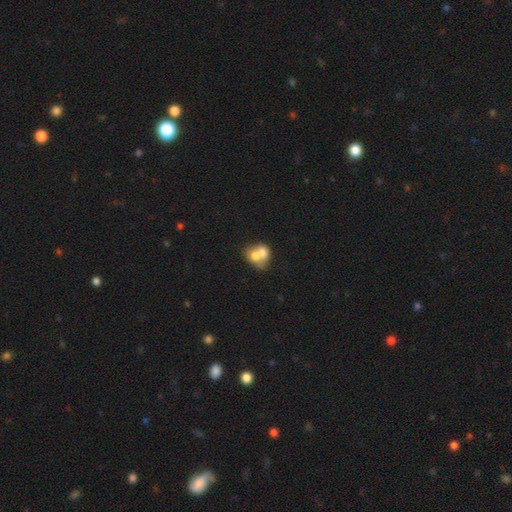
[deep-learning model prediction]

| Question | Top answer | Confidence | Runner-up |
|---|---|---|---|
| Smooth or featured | smooth | 65% | featured or disk (26%) |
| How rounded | round | 53% | in between (46%) |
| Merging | merger | 74% | none (17%) |